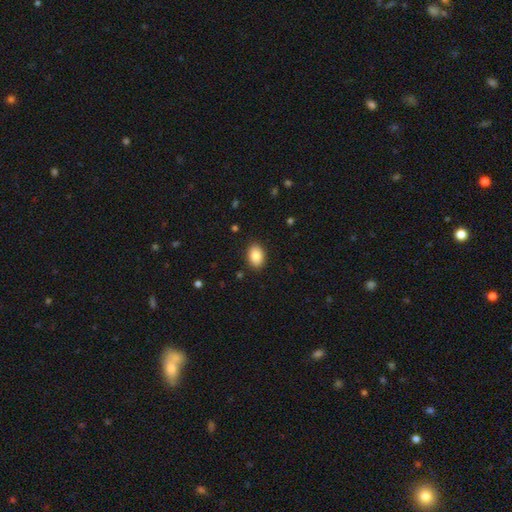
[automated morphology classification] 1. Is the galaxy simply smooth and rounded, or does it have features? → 87% smooth, 8% star or artifact, 5% featured or disk.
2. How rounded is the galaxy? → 81% in between, 18% round, 1% cigar-shaped.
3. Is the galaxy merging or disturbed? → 88% none, 9% minor disturbance, 2% major disturbance, 1% merger.